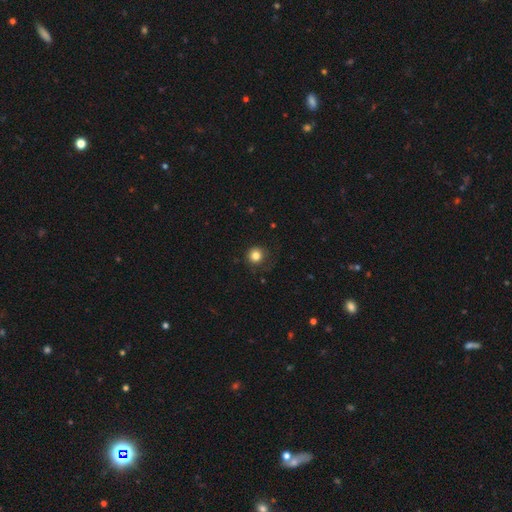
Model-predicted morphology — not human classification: Q: Smooth or featured?
A: smooth (82%); runner-up: star or artifact (12%)
Q: How rounded?
A: round (92%); runner-up: in between (7%)
Q: Merging?
A: none (79%); runner-up: minor disturbance (14%)